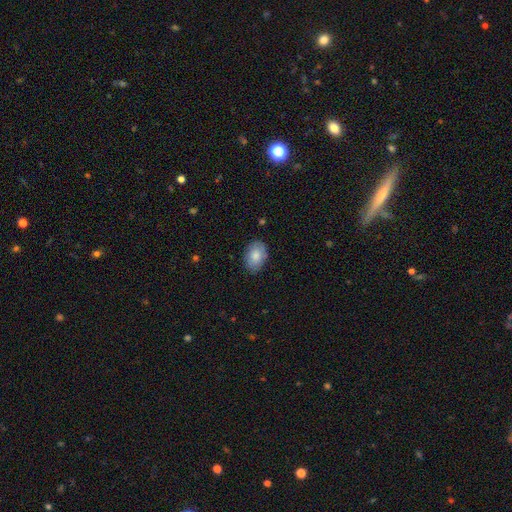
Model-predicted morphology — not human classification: This appears to be a smooth galaxy with no disk features (82%) that is in between round and cigar-shaped (86%). Merging: none (84%).